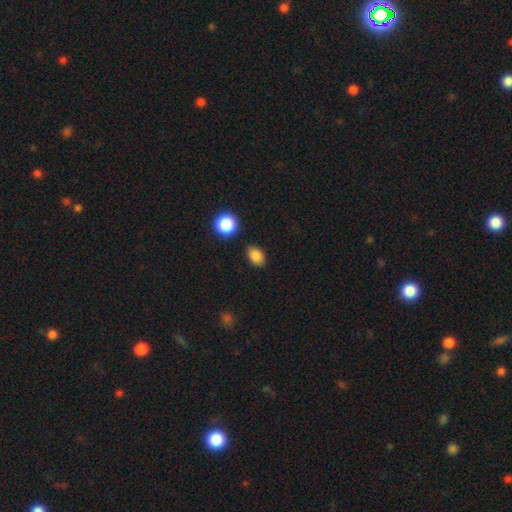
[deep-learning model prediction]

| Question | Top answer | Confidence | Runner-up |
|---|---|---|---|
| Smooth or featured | smooth | 86% | star or artifact (10%) |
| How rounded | in between | 78% | round (21%) |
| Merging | none | 84% | minor disturbance (10%) |